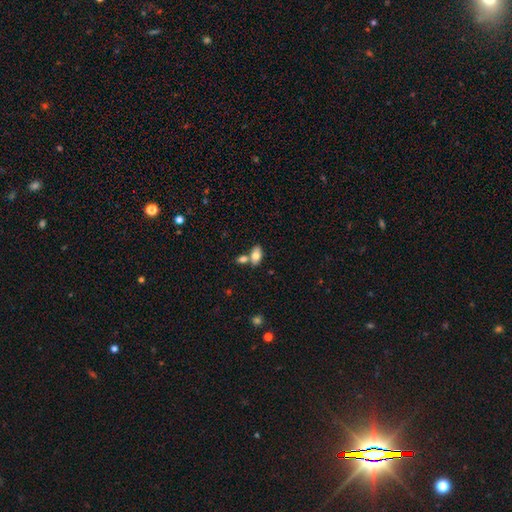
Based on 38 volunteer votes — Smooth or featured: smooth — 76% (featured or disk — 16%)
How rounded: in between — 100%
Merging: none — 46% (merger — 34%)